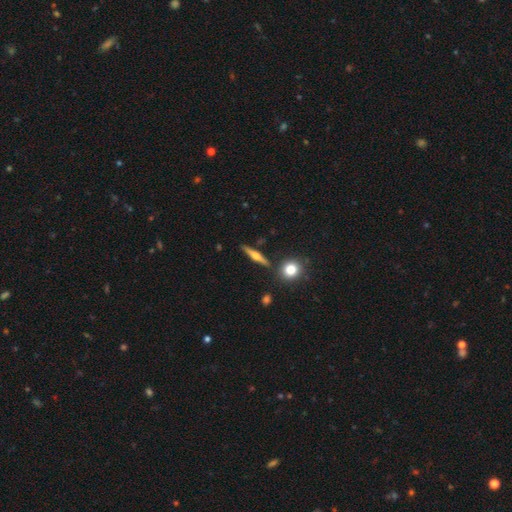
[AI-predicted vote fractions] This is likely a featured or disk galaxy (65%). It is clearly viewed edge-on (97%). Edge-on bulge: clearly rounded (90%). Merging: clearly none (87%).